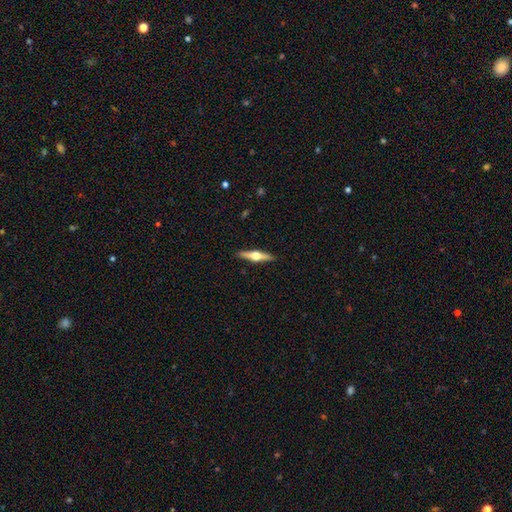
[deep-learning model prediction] featured or disk 68%, smooth 27%, star or artifact 5%. Down the decision tree: edge-on disk — yes (97%); edge-on bulge — rounded (96%); merging — none (92%).